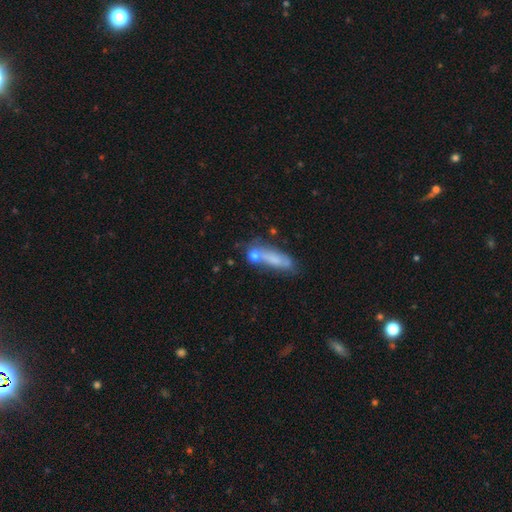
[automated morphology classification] Smooth or featured: smooth — 69% (featured or disk — 20%)
How rounded: cigar-shaped — 38% (tied with in between — 38%)
Merging: none — 47% (merger — 26%)